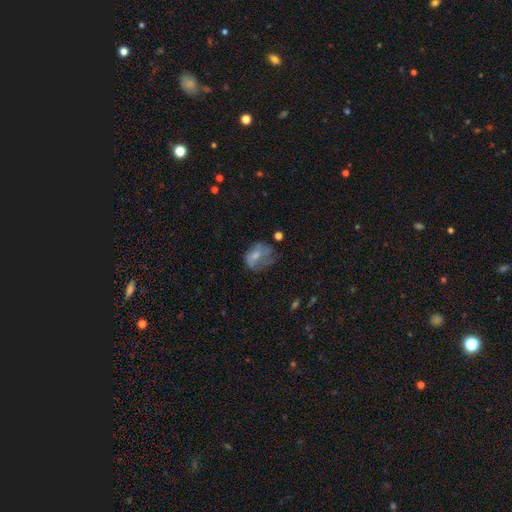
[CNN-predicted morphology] Smooth or featured? Predicted: smooth (p=0.46). Merging? Predicted: major disturbance (p=0.39).